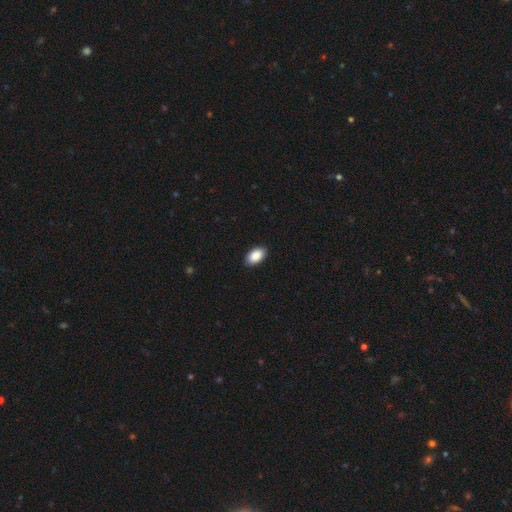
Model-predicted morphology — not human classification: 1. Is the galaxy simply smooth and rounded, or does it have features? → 90% smooth, 6% star or artifact, 4% featured or disk.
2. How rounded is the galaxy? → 95% in between, 4% round, 1% cigar-shaped.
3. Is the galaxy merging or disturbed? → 90% none, 8% minor disturbance, 2% major disturbance, 1% merger.